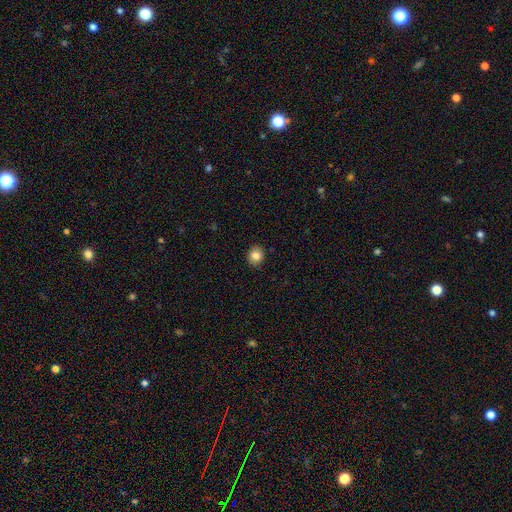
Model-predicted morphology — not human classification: A smooth galaxy with no disk features (83%) that is round (70%). Merging: none (89%).